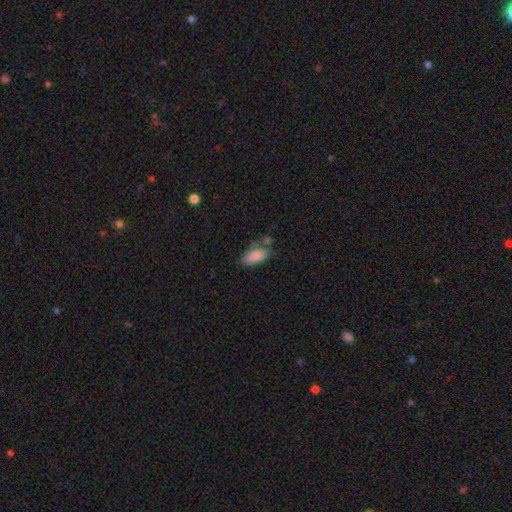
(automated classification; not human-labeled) Overall: smooth (86%). How rounded: in between (86%). Merging: none (60%; minor disturbance 22%).